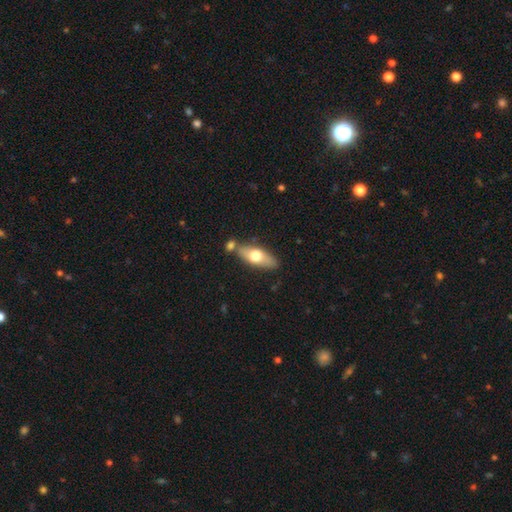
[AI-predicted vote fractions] Smooth or featured?
  - smooth: 59% *
  - featured or disk: 35%
  - star or artifact: 6%
How rounded?
  - in between: 66% *
  - cigar-shaped: 30%
  - round: 3%
Merging?
  - none: 70% *
  - merger: 14%
  - minor disturbance: 13%
  - major disturbance: 3%